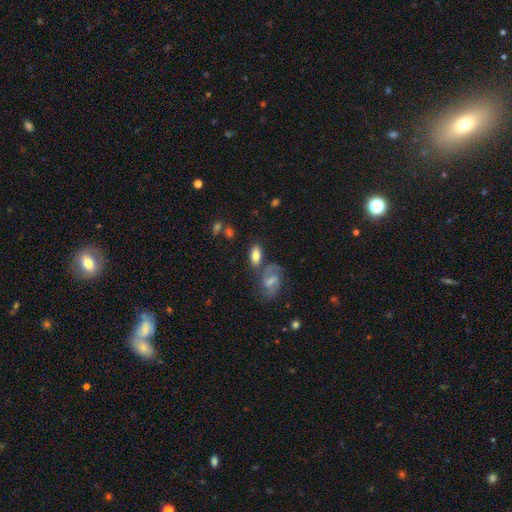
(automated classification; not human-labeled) Morphology: type=smooth (72%); roundness=in between (87%); merging=none (62%).